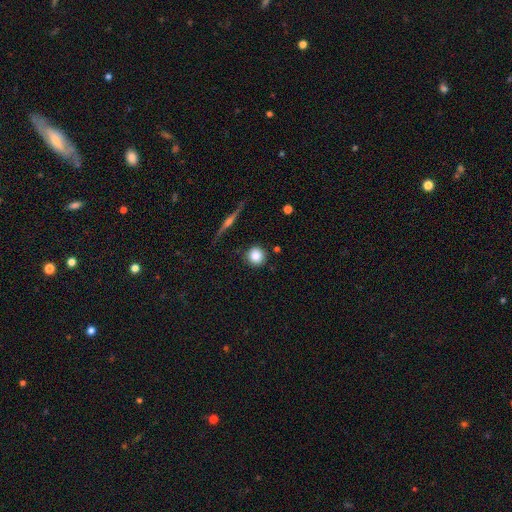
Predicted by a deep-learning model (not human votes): This appears to be a smooth galaxy with no disk features (83%) that is round (93%). Merging: none (87%).